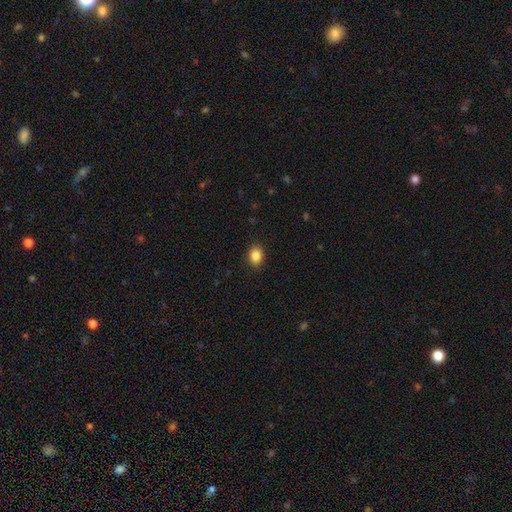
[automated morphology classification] This is clearly a smooth galaxy (87%). How rounded: possibly in between (57%). Merging: clearly none (89%).